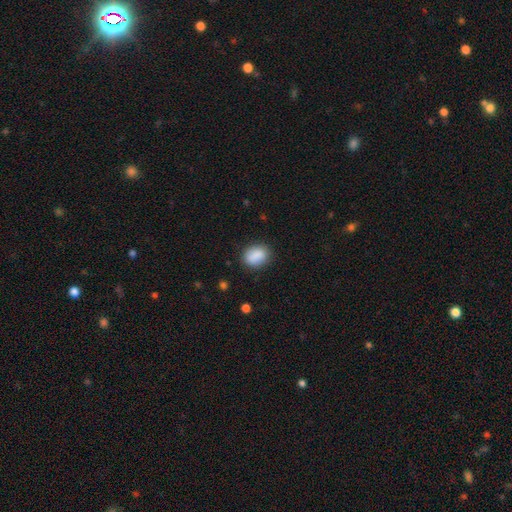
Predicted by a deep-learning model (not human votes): A smooth galaxy with no disk features (88%) that is in between round and cigar-shaped (69%).

Vote fractions:
- Smooth or featured? smooth: 88% / star or artifact: 8% / featured or disk: 4%
- How rounded? in between: 69% / round: 30% / cigar-shaped: 1%
- Merging? none: 84% / minor disturbance: 12% / major disturbance: 3% / merger: 1%